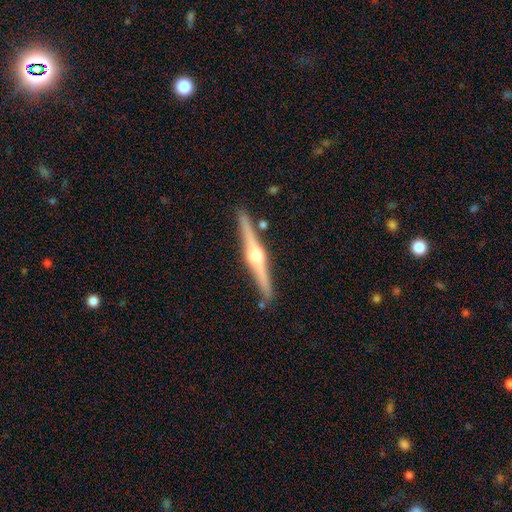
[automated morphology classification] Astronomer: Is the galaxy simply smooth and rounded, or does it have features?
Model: featured or disk — 81%.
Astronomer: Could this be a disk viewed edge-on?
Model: yes — 98%.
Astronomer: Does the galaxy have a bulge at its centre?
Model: rounded — 94%.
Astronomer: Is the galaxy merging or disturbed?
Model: none — 87%.